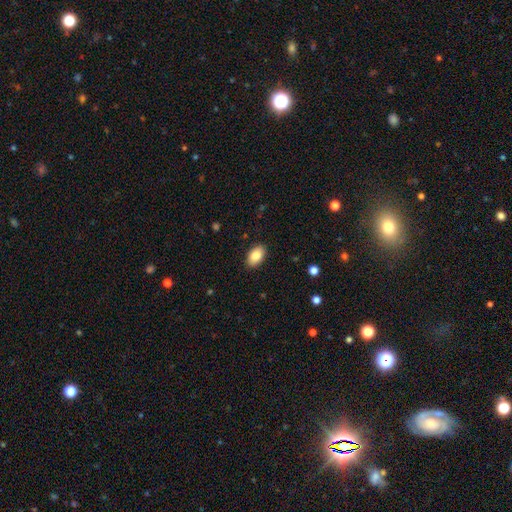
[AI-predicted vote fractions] This is clearly a smooth galaxy (86%). How rounded: clearly in between (92%). Merging: clearly none (89%).